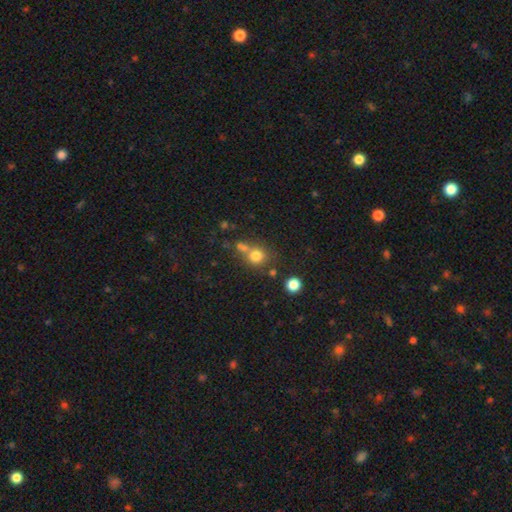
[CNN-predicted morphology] A smooth galaxy with no disk features (76%) that is round (86%). Merging: none (55%).